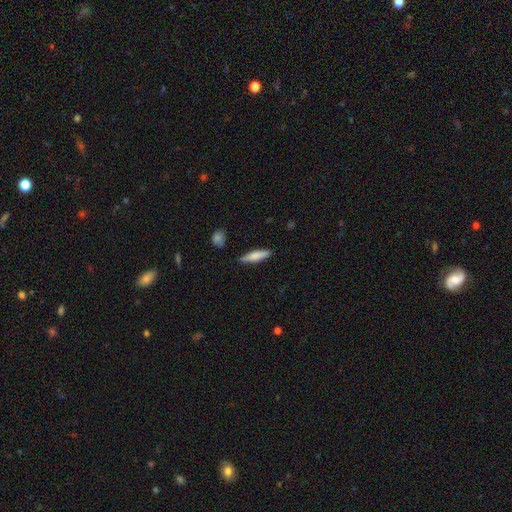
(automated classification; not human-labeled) smooth_or_featured: smooth (p=0.74) [alt: featured or disk p=0.20]
how_rounded: cigar-shaped (p=0.74) [alt: in between p=0.24]
merging: none (p=0.84) [alt: minor disturbance p=0.11]